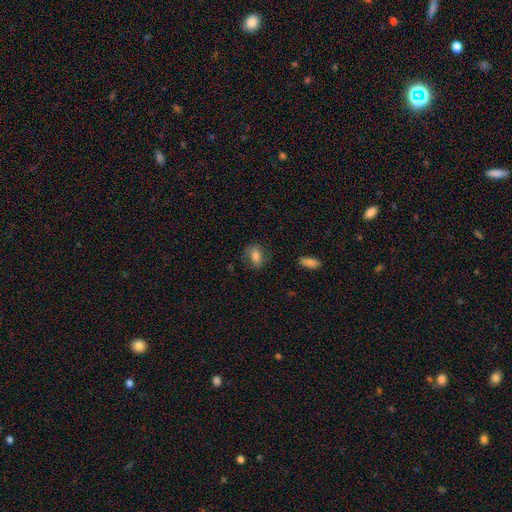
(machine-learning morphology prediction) Overall: smooth (76%). How rounded: in between (70%). Merging: none (74%).